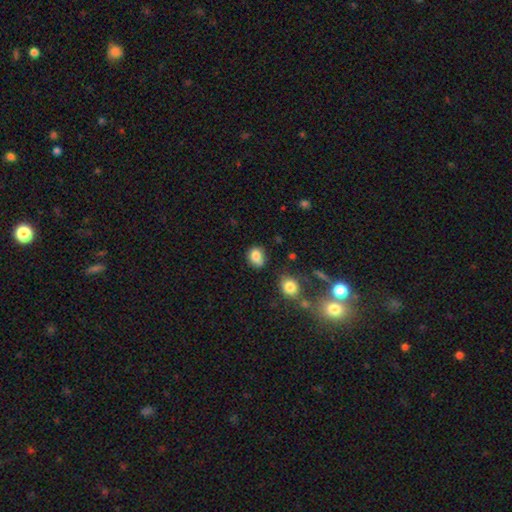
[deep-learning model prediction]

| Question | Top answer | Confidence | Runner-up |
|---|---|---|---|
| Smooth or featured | smooth | 82% | star or artifact (11%) |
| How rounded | in between | 51% | round (48%) |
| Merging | none | 58% | minor disturbance (28%) |